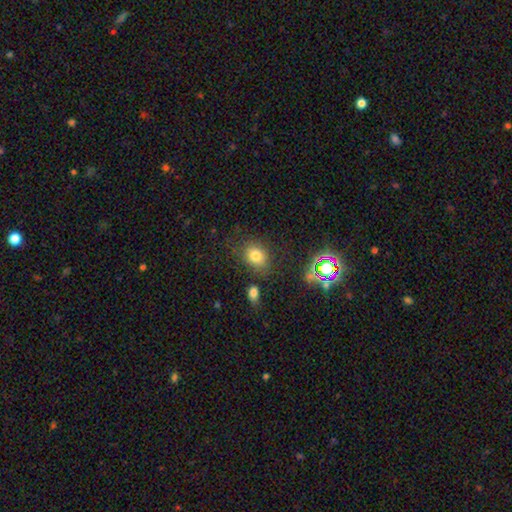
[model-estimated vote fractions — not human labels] A smooth galaxy with no disk features (77%) that is in between round and cigar-shaped (51%).

Vote fractions:
- Smooth or featured? smooth: 77% / star or artifact: 14% / featured or disk: 9%
- How rounded? in between: 51% / round: 48% / cigar-shaped: 1%
- Merging? none: 72% / minor disturbance: 16% / major disturbance: 6% / merger: 5%